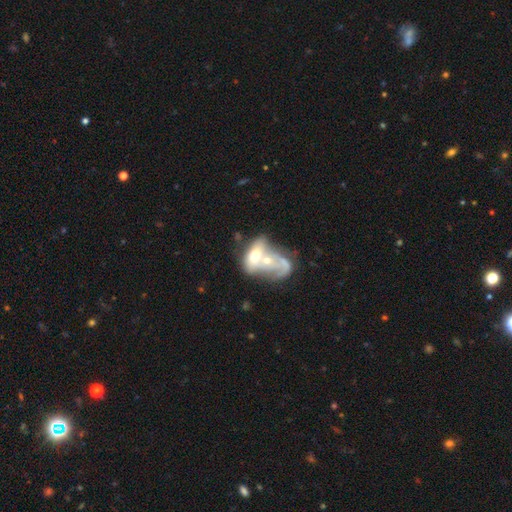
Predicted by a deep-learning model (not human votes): A featured or disk galaxy (47%).

Vote fractions:
- Smooth or featured? featured or disk: 47% / smooth: 45% / star or artifact: 8%
- Merging? merger: 79% / major disturbance: 9% / none: 7% / minor disturbance: 5%